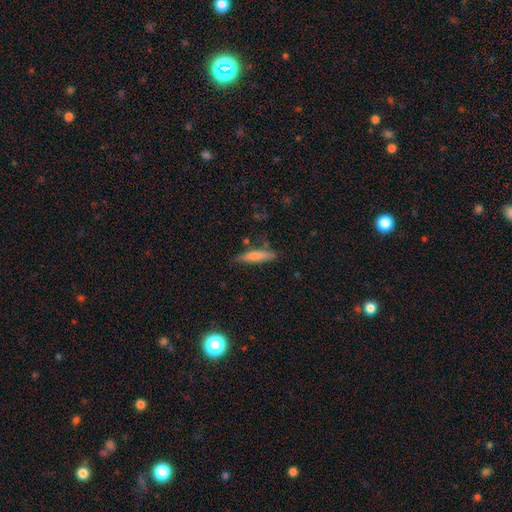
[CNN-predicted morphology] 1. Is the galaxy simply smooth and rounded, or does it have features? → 75% smooth, 19% featured or disk, 7% star or artifact.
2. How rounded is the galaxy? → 79% cigar-shaped, 19% in between, 2% round.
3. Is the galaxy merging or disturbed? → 75% none, 17% minor disturbance, 4% merger, 4% major disturbance.